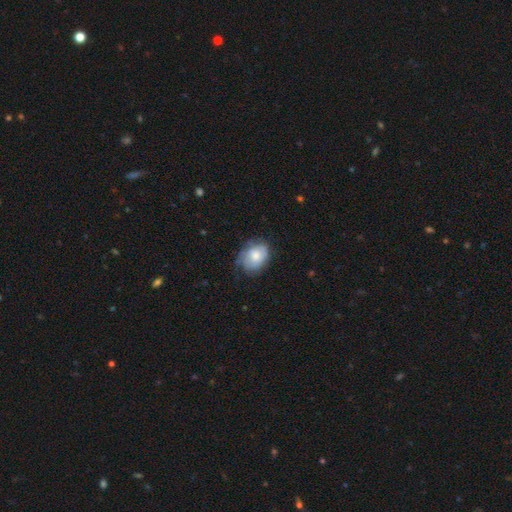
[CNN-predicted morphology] A smooth galaxy with no disk features (65%) that is in between round and cigar-shaped (57%). Merging: none (61%).